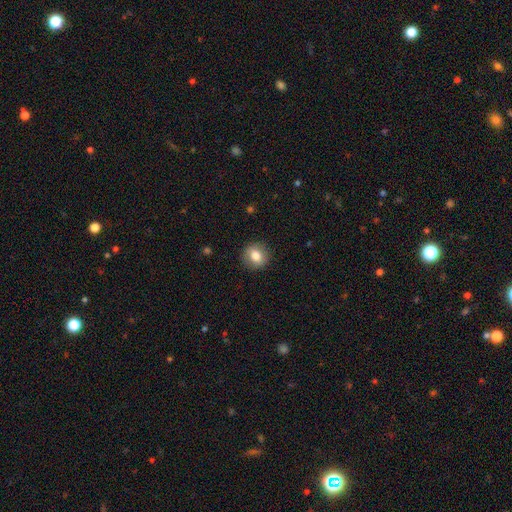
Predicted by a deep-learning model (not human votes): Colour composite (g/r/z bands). It shows a smooth galaxy with no disk features (79%) that is round (82%). Merging: none (88%).